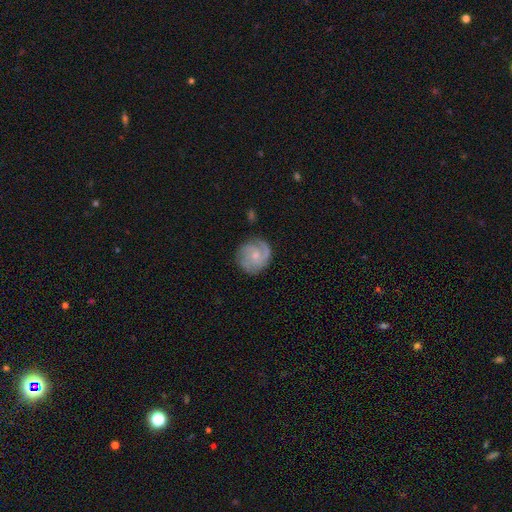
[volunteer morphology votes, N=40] Smooth or featured? featured or disk (75%)
Edge-on disk? no (100%)
Bar? no (63%)
Spiral arms? yes (100%)
Spiral winding? tight (53%)
Spiral arm count? 3 (53%)
Bulge size? moderate (47%, tied with small)
Merging? none (76%)